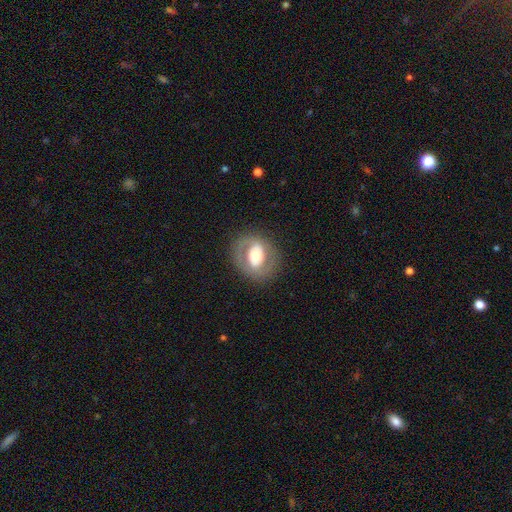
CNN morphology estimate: Smooth or featured: featured or disk — 57% (smooth — 36%)
Edge-on disk: no — 95% (yes — 5%)
Bar: no — 47% (weak — 31%)
Spiral arms: no — 64% (yes — 36%)
Bulge size: moderate — 58% (large — 30%)
Merging: none — 78% (minor disturbance — 13%)